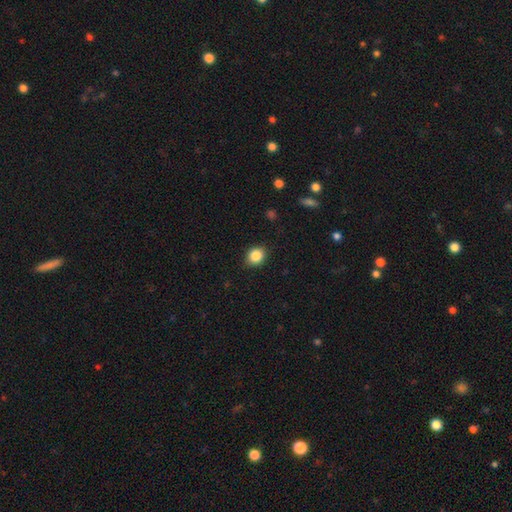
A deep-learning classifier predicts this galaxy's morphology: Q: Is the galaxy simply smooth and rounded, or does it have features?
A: smooth — 85%.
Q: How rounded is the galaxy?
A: round — 65%.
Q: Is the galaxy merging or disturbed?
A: none — 87%.